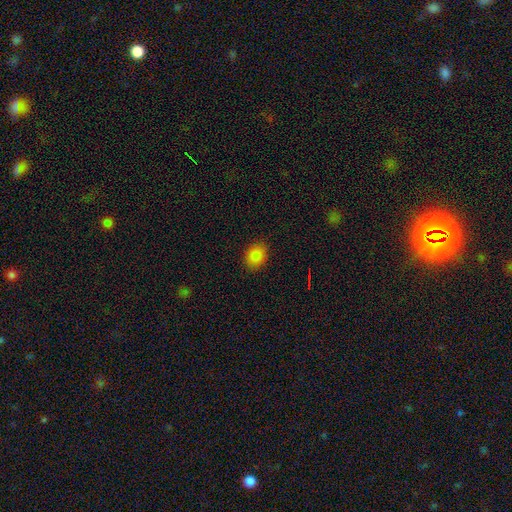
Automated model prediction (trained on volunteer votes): Overall: smooth (84%). How rounded: in between (61%; round 38%). Merging: none (87%).